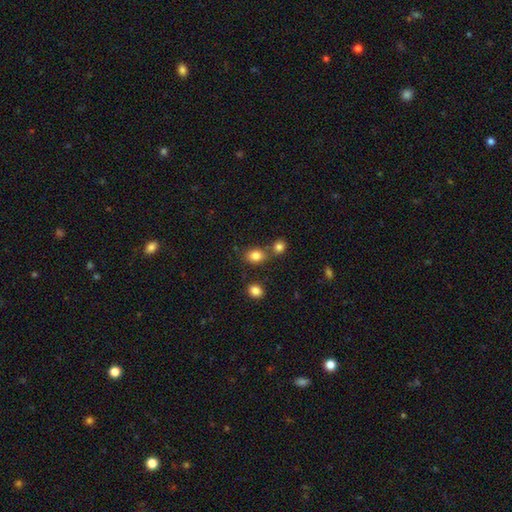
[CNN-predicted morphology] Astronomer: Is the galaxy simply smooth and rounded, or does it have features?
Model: smooth — 83%.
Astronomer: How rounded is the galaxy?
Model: in between — 61% (runner-up: round, 38%).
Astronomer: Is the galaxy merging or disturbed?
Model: none — 64%.